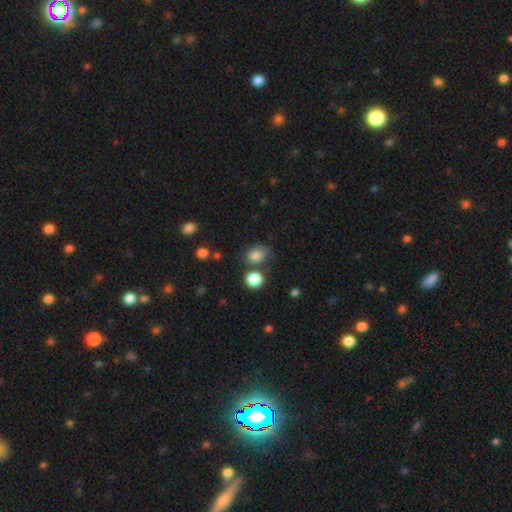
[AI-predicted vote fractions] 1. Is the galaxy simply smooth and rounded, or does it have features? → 80% smooth, 11% star or artifact, 9% featured or disk.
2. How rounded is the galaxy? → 51% round, 48% in between, 1% cigar-shaped.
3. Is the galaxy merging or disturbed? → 57% none, 20% minor disturbance, 15% merger, 8% major disturbance.